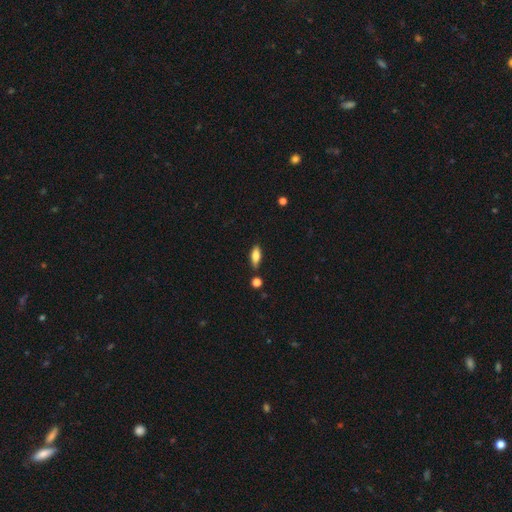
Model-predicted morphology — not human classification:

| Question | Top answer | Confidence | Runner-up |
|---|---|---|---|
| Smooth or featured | smooth | 78% | featured or disk (15%) |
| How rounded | in between | 73% | cigar-shaped (24%) |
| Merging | none | 79% | minor disturbance (14%) |